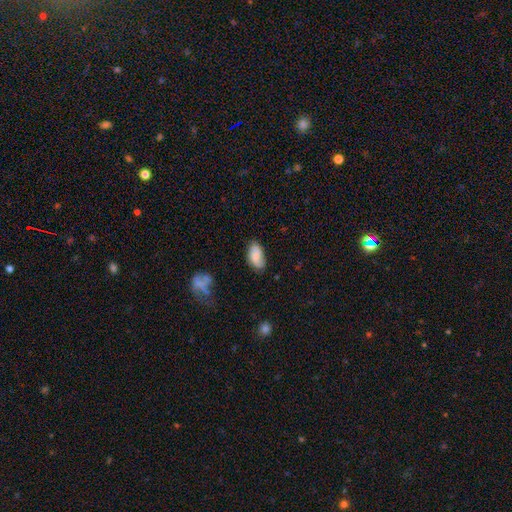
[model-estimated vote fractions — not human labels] Smooth or featured? Predicted: smooth (p=0.71). How rounded? Predicted: in between (p=0.93). Merging? Predicted: none (p=0.69).